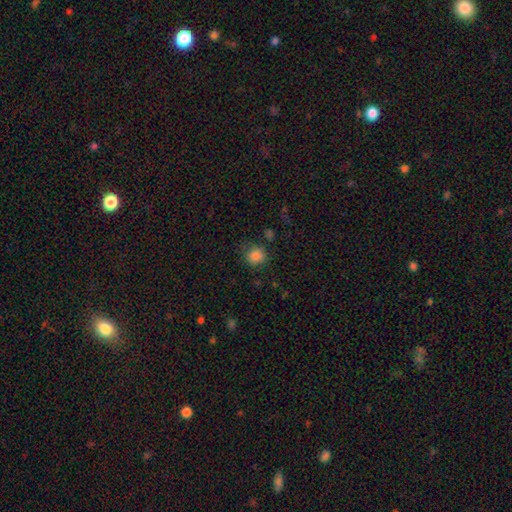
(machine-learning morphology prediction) smooth 84%, star or artifact 11%, featured or disk 5%. Down the decision tree: how rounded — round (87%); merging — none (78%).